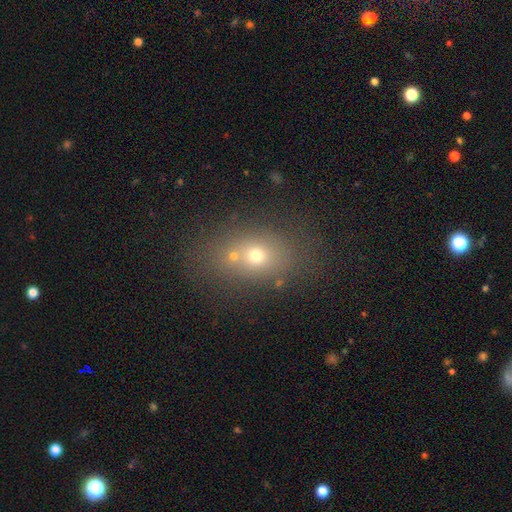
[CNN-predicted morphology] This is likely a smooth galaxy (61%). How rounded: possibly in between (59%). Merging: likely none (61%).